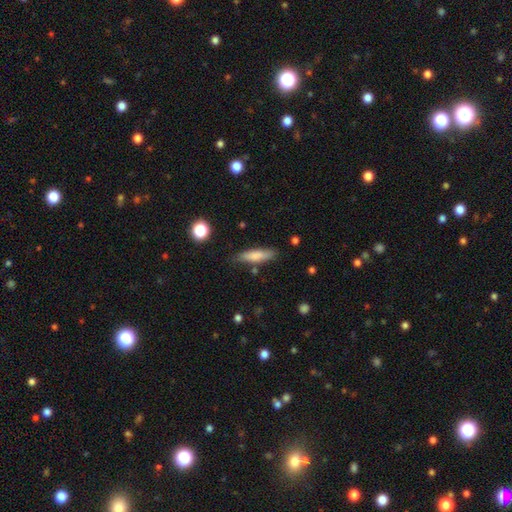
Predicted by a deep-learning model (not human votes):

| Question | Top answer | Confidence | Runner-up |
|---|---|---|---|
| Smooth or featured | smooth | 78% | featured or disk (15%) |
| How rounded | cigar-shaped | 68% | in between (30%) |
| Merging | none | 78% | minor disturbance (16%) |